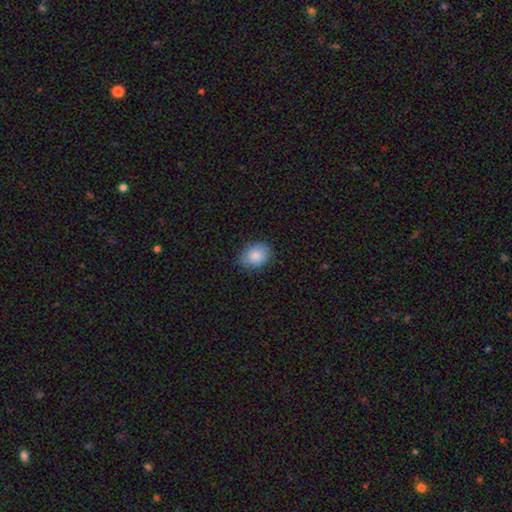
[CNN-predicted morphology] Smooth or featured? Predicted: smooth (p=0.85). How rounded? Predicted: in between (p=0.63). Merging? Predicted: none (p=0.81).